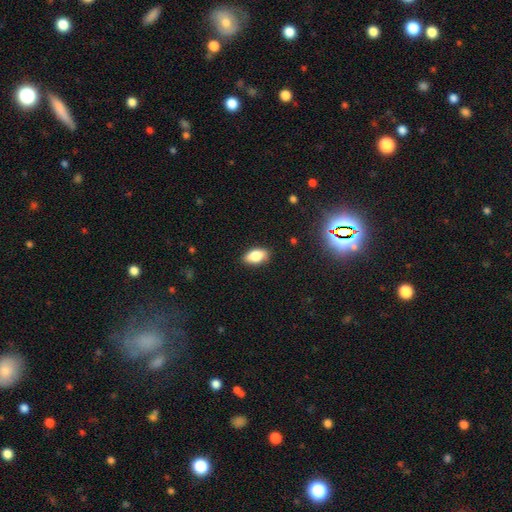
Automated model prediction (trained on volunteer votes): The model was most divided on "smooth or featured": smooth: 79%, featured or disk: 12%, star or artifact: 9%. More confident: how rounded — in between (90%); merging — none (86%).